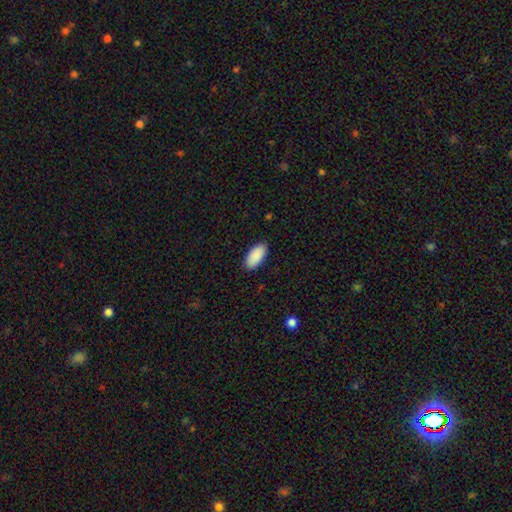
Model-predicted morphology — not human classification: Q: Smooth or featured?
A: smooth (91%); runner-up: star or artifact (6%)
Q: How rounded?
A: in between (94%); runner-up: cigar-shaped (4%)
Q: Merging?
A: none (88%); runner-up: minor disturbance (9%)